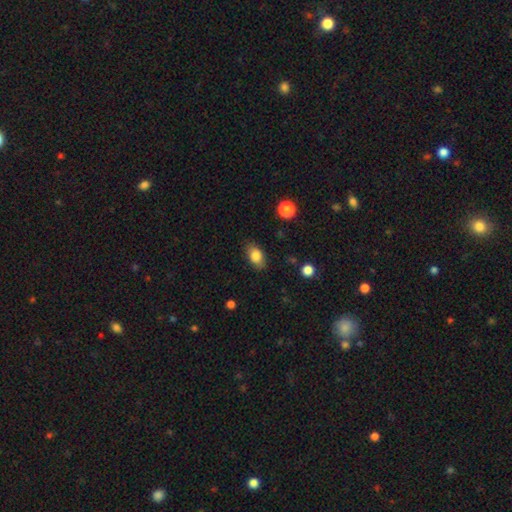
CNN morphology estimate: Smooth or featured? Predicted: smooth (p=0.83). How rounded? Predicted: in between (p=0.88). Merging? Predicted: none (p=0.83).